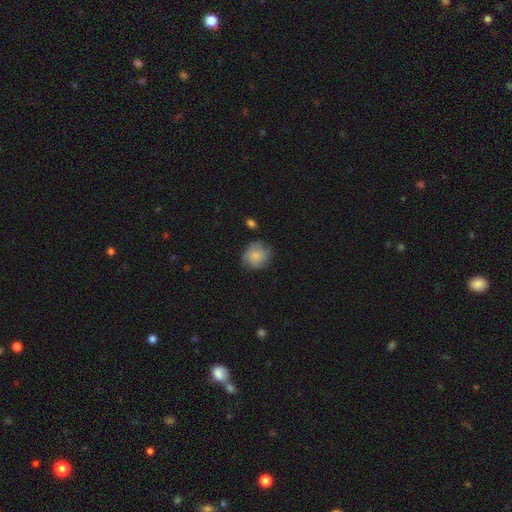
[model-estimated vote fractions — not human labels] smooth_or_featured: smooth (p=0.68) [alt: featured or disk p=0.24]
how_rounded: round (p=0.80) [alt: in between p=0.19]
merging: none (p=0.69) [alt: minor disturbance p=0.22]